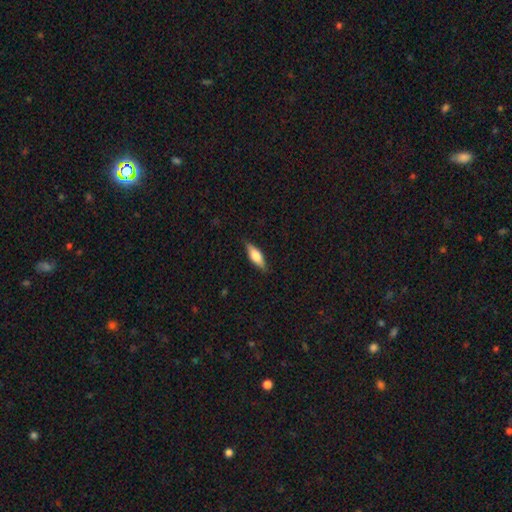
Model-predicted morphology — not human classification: A smooth galaxy with no disk features (67%) that is in between round and cigar-shaped (60%).

Vote fractions:
- Smooth or featured? smooth: 67% / featured or disk: 27% / star or artifact: 6%
- How rounded? in between: 60% / cigar-shaped: 37% / round: 3%
- Merging? none: 85% / minor disturbance: 12% / major disturbance: 2% / merger: 1%